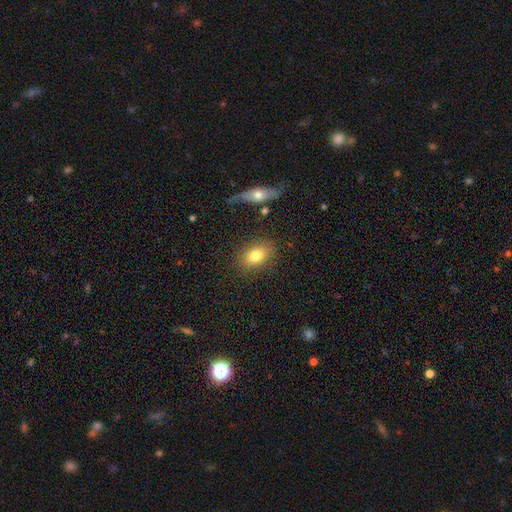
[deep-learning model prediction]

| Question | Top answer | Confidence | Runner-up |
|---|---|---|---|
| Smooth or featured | smooth | 79% | featured or disk (12%) |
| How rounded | in between | 81% | round (17%) |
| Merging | none | 83% | minor disturbance (11%) |